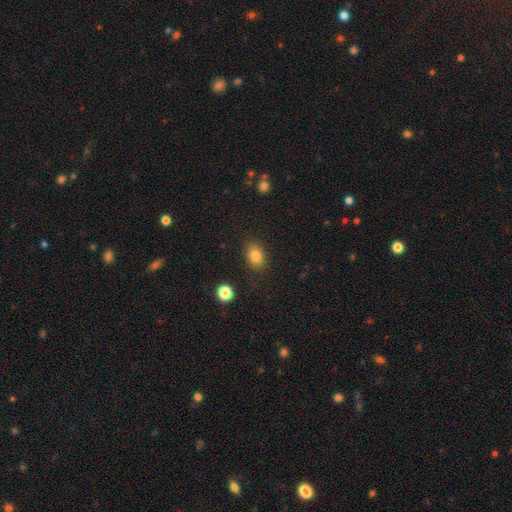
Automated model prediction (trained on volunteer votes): This appears to be a smooth galaxy with no disk features (83%) that is in between round and cigar-shaped (76%). Merging: none (87%).